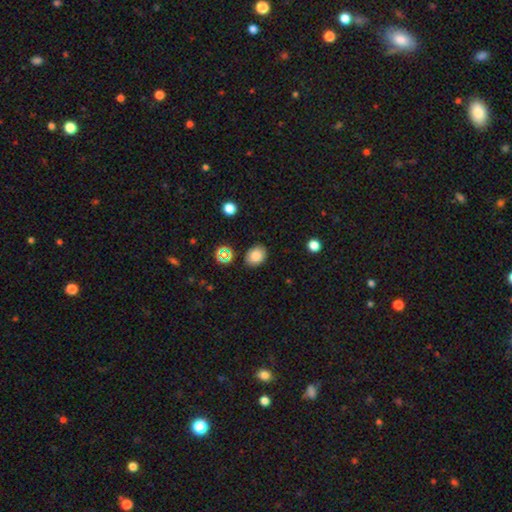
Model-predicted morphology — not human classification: Q: Smooth or featured?
A: smooth (82%); runner-up: star or artifact (13%)
Q: How rounded?
A: in between (58%); runner-up: round (41%)
Q: Merging?
A: none (84%); runner-up: minor disturbance (11%)